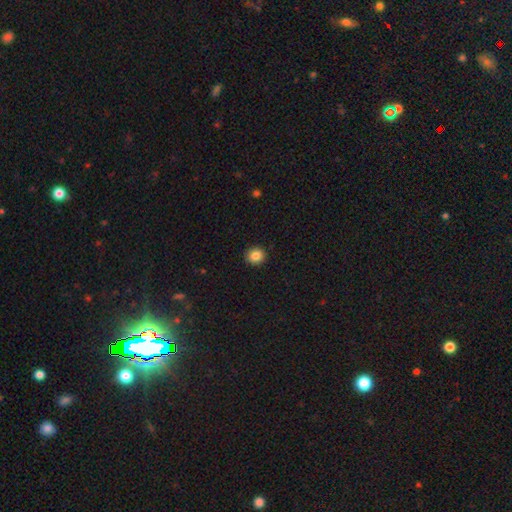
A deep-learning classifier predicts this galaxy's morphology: type=smooth (85%); roundness=round (88%); merging=none (93%).